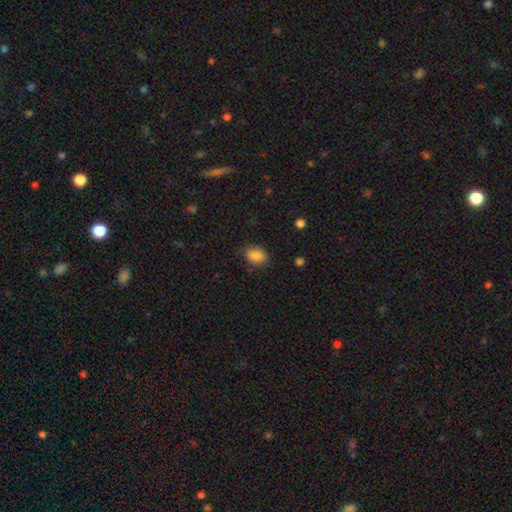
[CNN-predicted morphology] smooth 87%, star or artifact 8%, featured or disk 5%. Down the decision tree: how rounded — in between (76%); merging — none (80%).